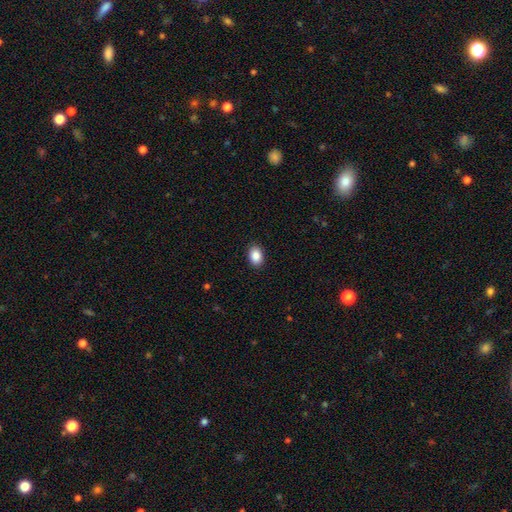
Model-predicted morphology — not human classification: This appears to be a smooth galaxy with no disk features (89%) that is in between round and cigar-shaped (80%). Merging: none (89%).